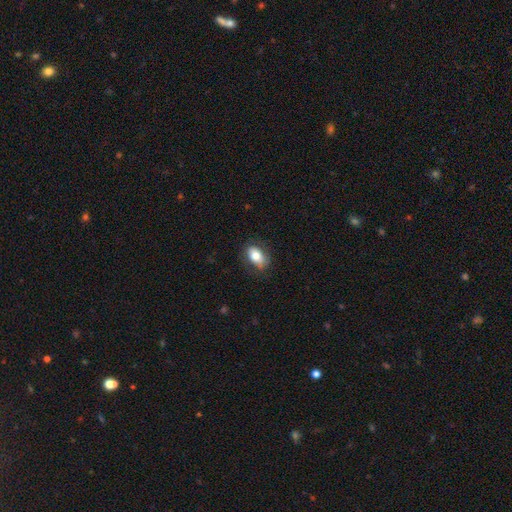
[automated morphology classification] Smooth or featured? smooth (75%)
How rounded? in between (88%)
Merging? none (79%)